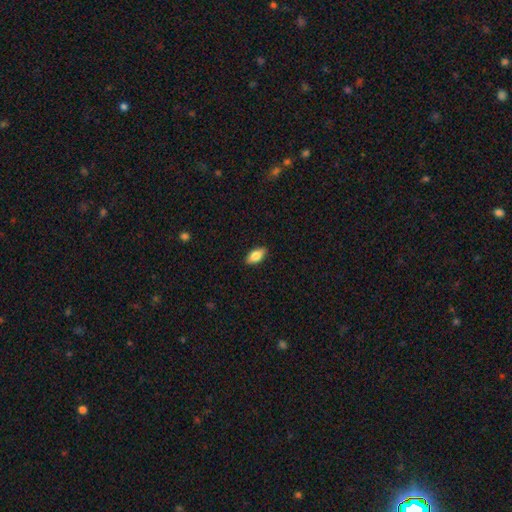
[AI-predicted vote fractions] Morphology: type=smooth (81%); roundness=in between (89%); merging=none (89%).